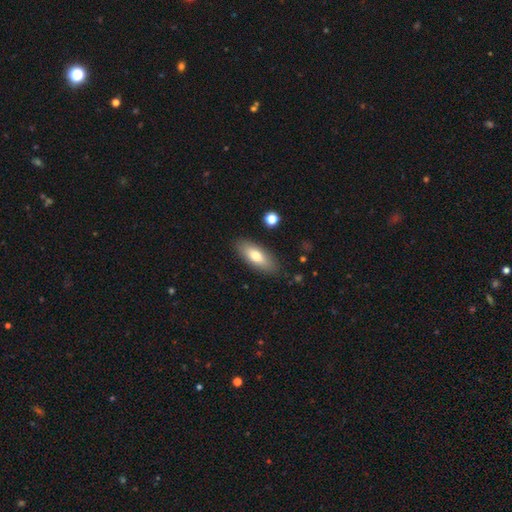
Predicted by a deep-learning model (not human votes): This appears to be a smooth galaxy with no disk features (74%) that is in between round and cigar-shaped (74%). Merging: none (86%).